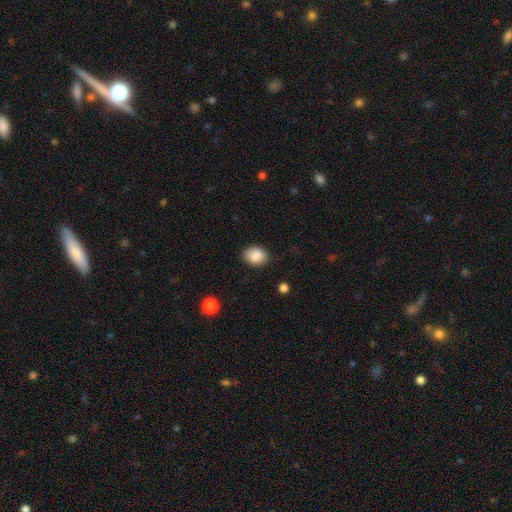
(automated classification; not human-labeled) smooth 87%, star or artifact 8%, featured or disk 5%. Down the decision tree: how rounded — in between (58%); merging — none (82%).